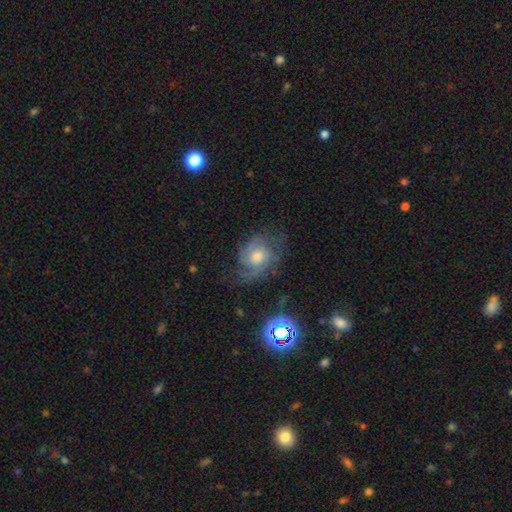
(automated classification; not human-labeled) Smooth or featured? featured or disk (76%)
Edge-on disk? no (97%)
Bar? no (73%)
Spiral arms? yes (94%)
Spiral winding? medium (44%)
Spiral arm count? 3 (34%)
Bulge size? moderate (66%)
Merging? none (64%)